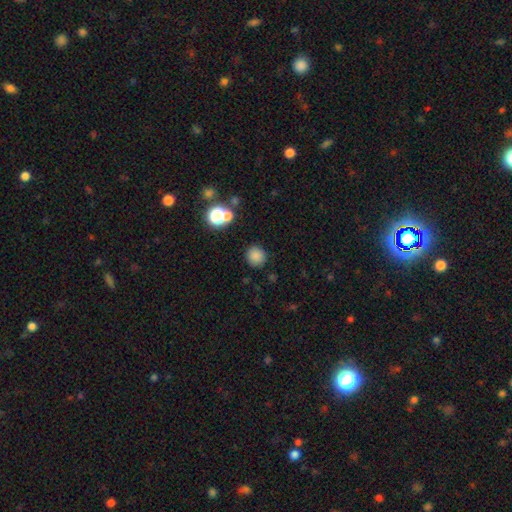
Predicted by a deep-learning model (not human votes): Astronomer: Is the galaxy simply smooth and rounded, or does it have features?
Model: smooth — 82%.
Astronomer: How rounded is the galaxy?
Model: round — 89%.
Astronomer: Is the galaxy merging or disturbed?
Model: none — 86%.